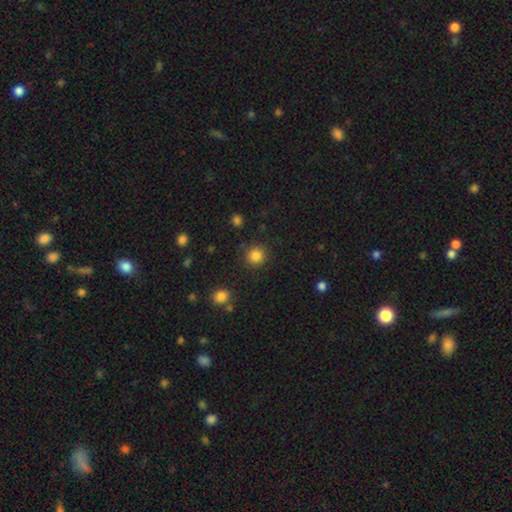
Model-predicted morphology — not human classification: This appears to be a smooth galaxy with no disk features (85%) that is round (92%). Merging: none (89%).